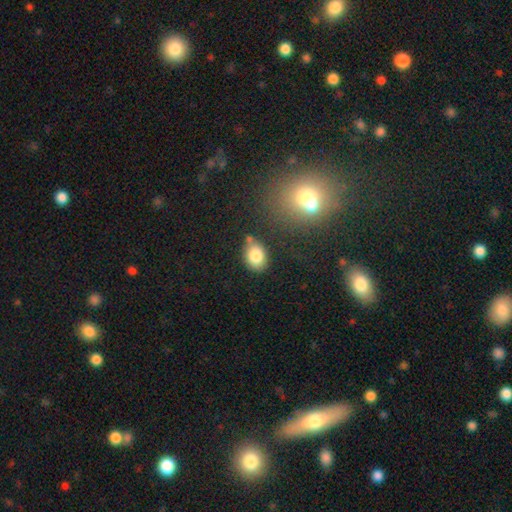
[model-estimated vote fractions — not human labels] smooth 82%, star or artifact 9%, featured or disk 9%. Down the decision tree: how rounded — in between (73%); merging — none (67%).